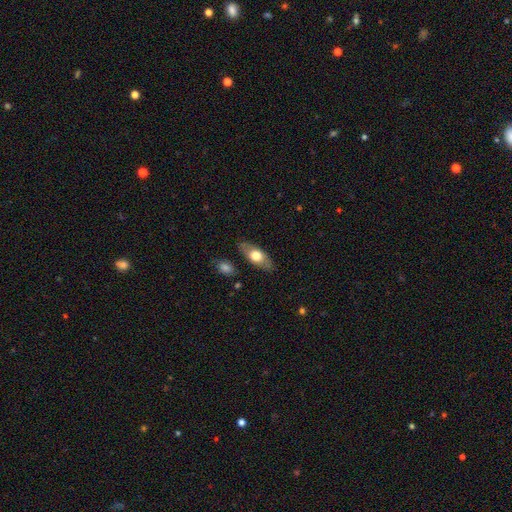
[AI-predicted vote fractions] Smooth or featured?
  - smooth: 60% *
  - featured or disk: 35%
  - star or artifact: 6%
How rounded?
  - in between: 81% *
  - cigar-shaped: 14%
  - round: 4%
Merging?
  - none: 84% *
  - minor disturbance: 12%
  - major disturbance: 3%
  - merger: 2%